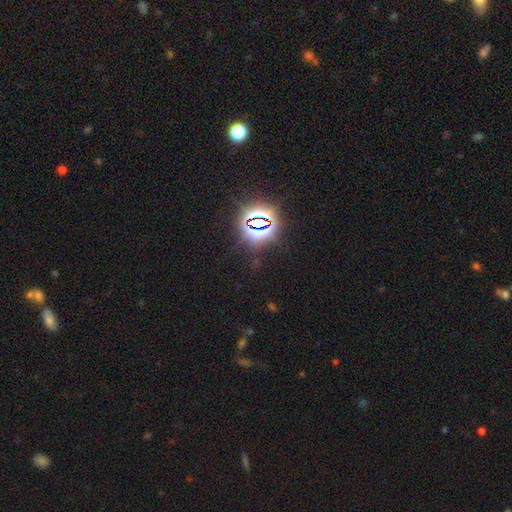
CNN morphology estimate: A star or artifact, not a galaxy (82%).

Vote fractions:
- Smooth or featured? star or artifact: 82% / smooth: 11% / featured or disk: 7%